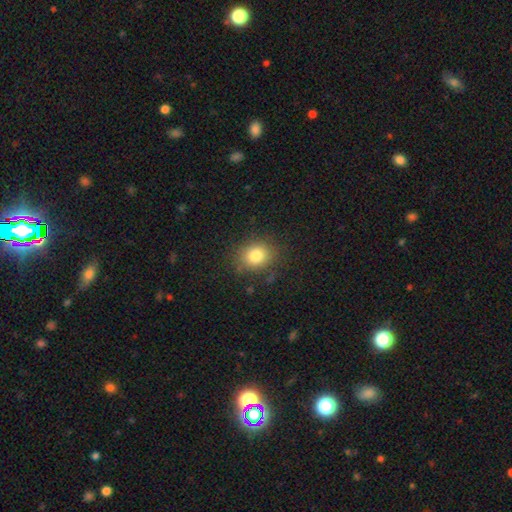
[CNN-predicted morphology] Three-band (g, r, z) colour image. It shows a smooth galaxy with no disk features (81%) that is round (67%). Merging: none (83%).